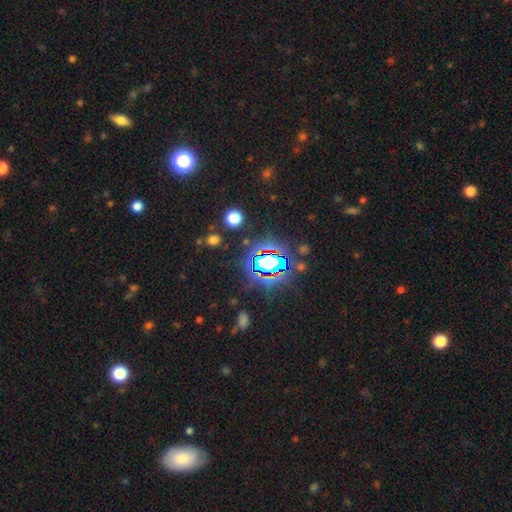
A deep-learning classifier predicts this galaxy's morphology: Smooth or featured? star or artifact (81%)